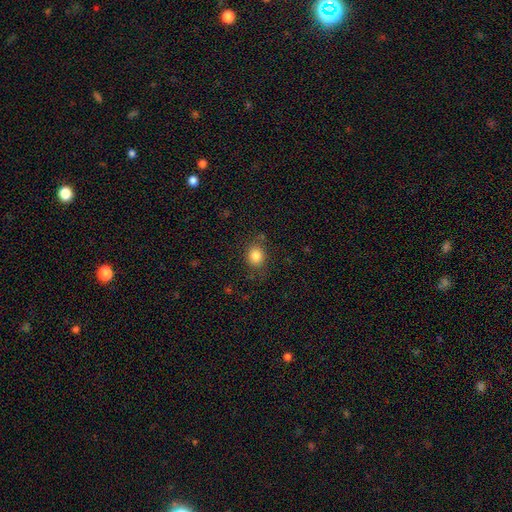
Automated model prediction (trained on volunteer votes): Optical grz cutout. It shows a smooth galaxy with no disk features (83%) that is round (65%). Merging: none (78%).